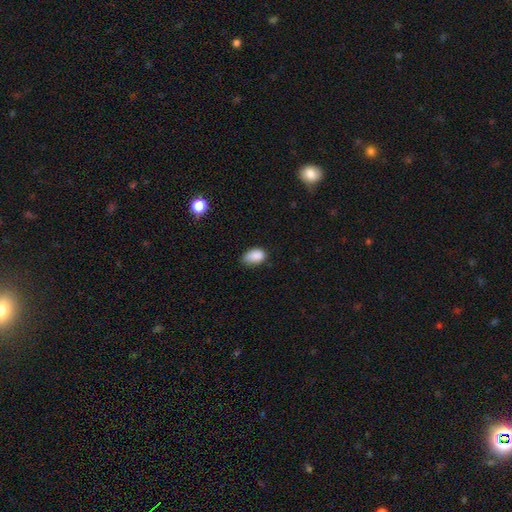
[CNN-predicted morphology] smooth-or-featured: smooth: 87% | star or artifact: 9% | featured or disk: 4%
  how-rounded: in between: 88% | round: 10% | cigar-shaped: 1%
  merging: none: 59% | minor disturbance: 33% | major disturbance: 6% | merger: 2%